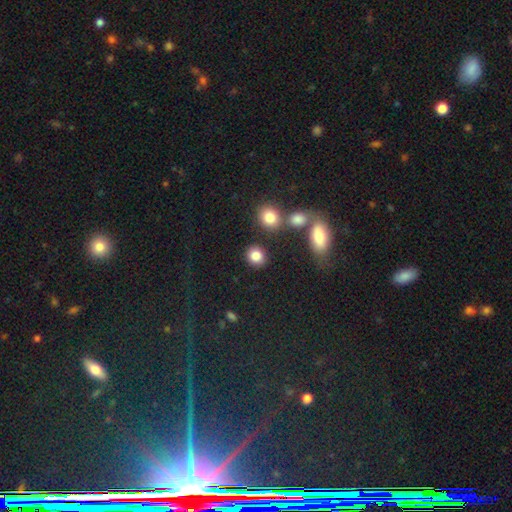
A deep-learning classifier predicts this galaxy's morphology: This is clearly a smooth galaxy (84%). How rounded: likely round (74%). Merging: clearly none (82%).